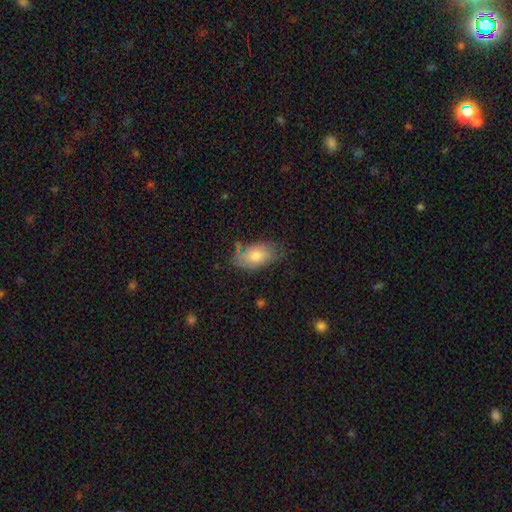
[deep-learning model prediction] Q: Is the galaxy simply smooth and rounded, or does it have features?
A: smooth — 70%.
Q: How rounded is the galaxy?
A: in between — 92%.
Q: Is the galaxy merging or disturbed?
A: none — 62%.